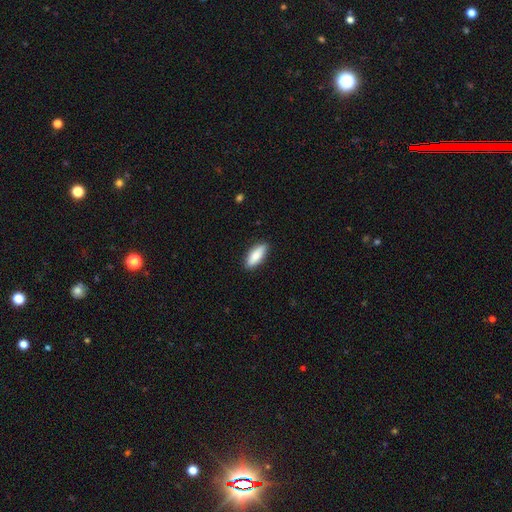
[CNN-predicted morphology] The model was most divided on "how rounded": in between: 72%, cigar-shaped: 26%, round: 2%. More confident: merging — none (88%); smooth or featured — smooth (84%).